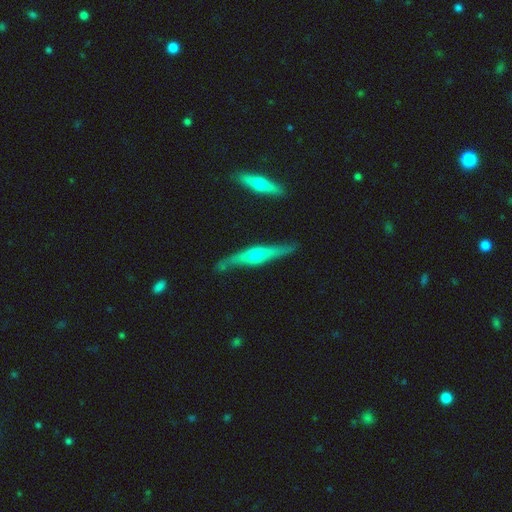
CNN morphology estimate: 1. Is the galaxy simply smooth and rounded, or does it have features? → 74% featured or disk, 20% smooth, 5% star or artifact.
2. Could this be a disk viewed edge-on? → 95% yes, 5% no.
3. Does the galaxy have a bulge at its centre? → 92% rounded, 4% boxy, 3% none.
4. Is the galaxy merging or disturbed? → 83% none, 12% minor disturbance, 3% merger, 2% major disturbance.